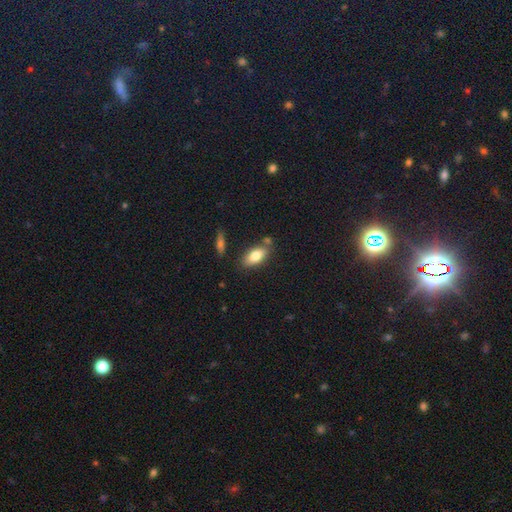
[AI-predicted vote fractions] This appears to be a smooth galaxy with no disk features (80%) that is in between round and cigar-shaped (88%). Merging: none (73%).